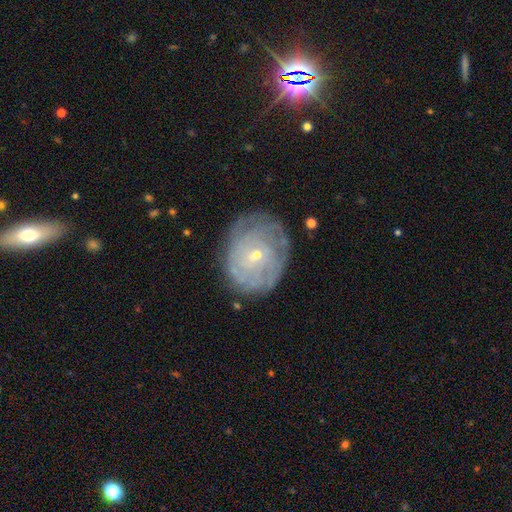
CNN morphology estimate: type=featured or disk (75%); edge-on=no (97%); bar=no (65%); spiral arms=yes (84%); winding=tight (76%); arm count=can't tell (54%); bulge=small (80%); merging=none (74%).